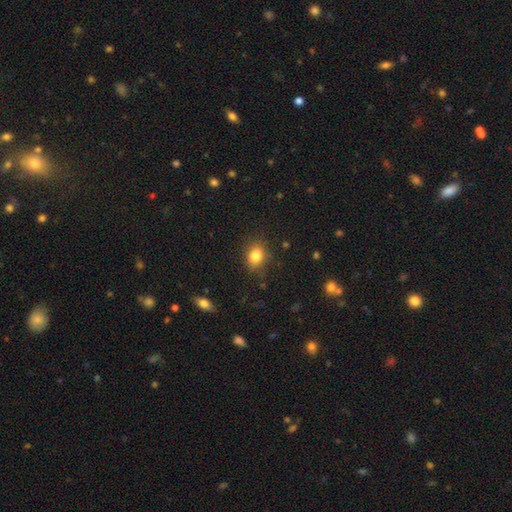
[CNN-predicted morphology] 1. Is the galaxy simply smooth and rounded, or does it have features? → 83% smooth, 10% star or artifact, 6% featured or disk.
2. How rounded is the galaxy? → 54% in between, 44% round, 1% cigar-shaped.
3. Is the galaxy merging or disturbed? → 81% none, 14% minor disturbance, 4% major disturbance, 1% merger.